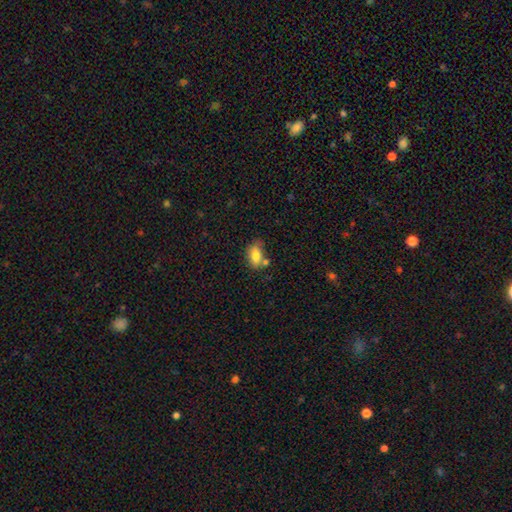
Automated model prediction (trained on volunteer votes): This appears to be a smooth galaxy with no disk features (75%) that is in between round and cigar-shaped (85%). Merging: none (52%).